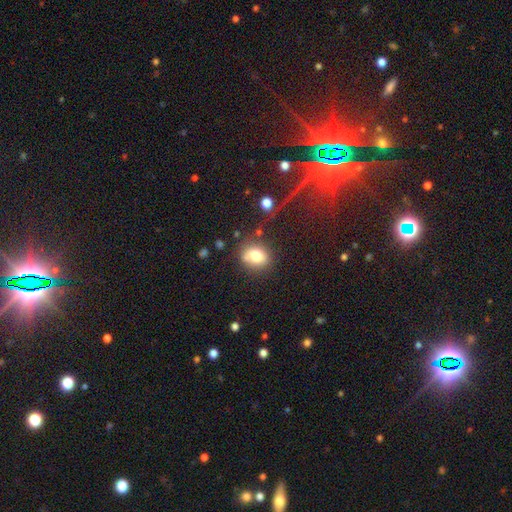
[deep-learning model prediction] This appears to be a smooth galaxy with no disk features (76%) that is round (64%). Merging: none (71%).